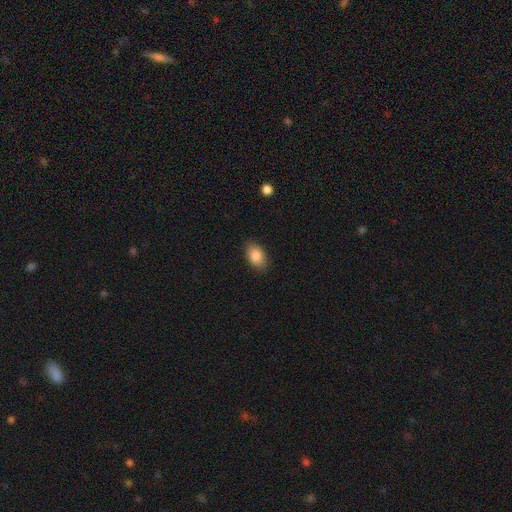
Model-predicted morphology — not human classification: This is clearly a smooth galaxy (87%). How rounded: clearly in between (88%). Merging: clearly none (86%).